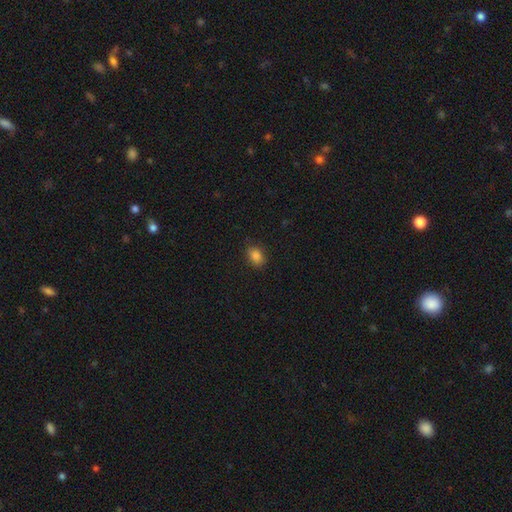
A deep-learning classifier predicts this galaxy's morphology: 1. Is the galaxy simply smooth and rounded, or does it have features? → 85% smooth, 11% star or artifact, 4% featured or disk.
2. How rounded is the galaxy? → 77% in between, 22% round, 1% cigar-shaped.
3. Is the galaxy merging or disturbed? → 84% none, 12% minor disturbance, 3% major disturbance, 1% merger.